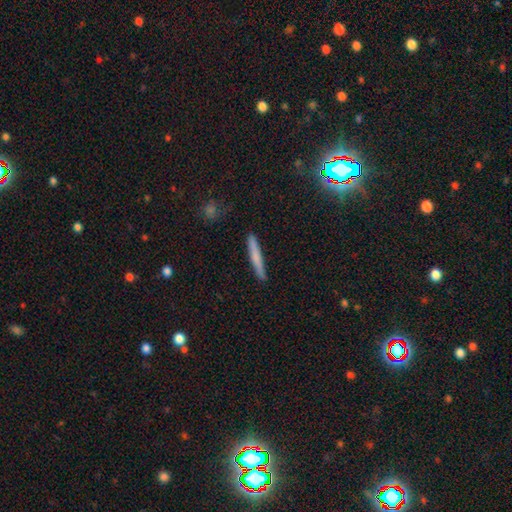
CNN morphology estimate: Smooth or featured? Predicted: smooth (p=0.68). How rounded? Predicted: cigar-shaped (p=0.96). Merging? Predicted: none (p=0.90).